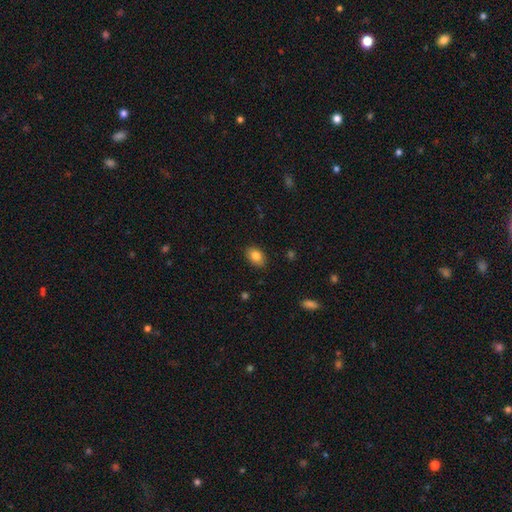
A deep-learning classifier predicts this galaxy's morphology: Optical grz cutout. It shows a smooth galaxy with no disk features (84%) that is in between round and cigar-shaped (80%). Merging: none (86%).